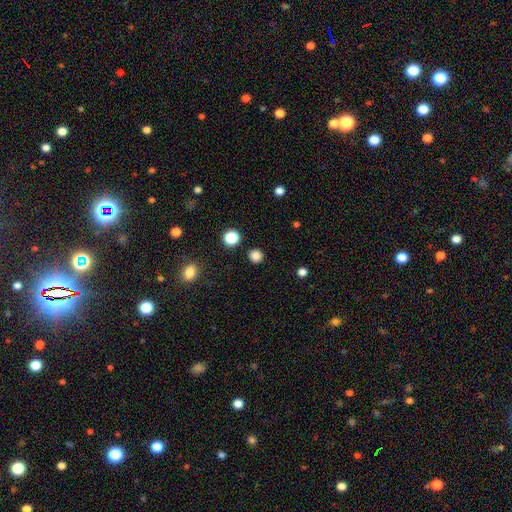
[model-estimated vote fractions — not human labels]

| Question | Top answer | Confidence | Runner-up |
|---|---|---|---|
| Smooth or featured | smooth | 83% | star or artifact (14%) |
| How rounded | round | 94% | in between (5%) |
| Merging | none | 91% | minor disturbance (5%) |